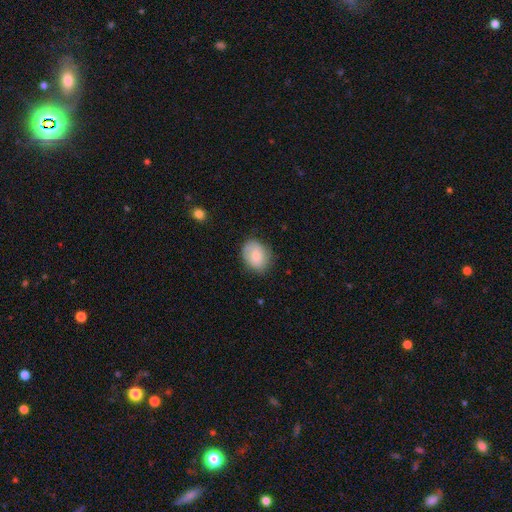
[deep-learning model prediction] Smooth or featured: smooth — 77% (featured or disk — 16%)
How rounded: in between — 57% (round — 42%)
Merging: none — 74% (minor disturbance — 19%)